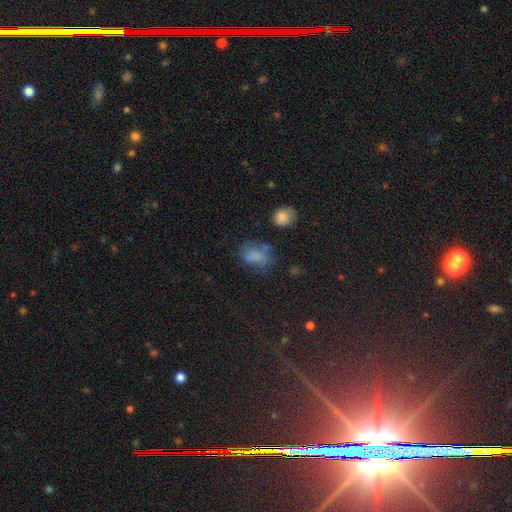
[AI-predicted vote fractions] Smooth or featured? smooth (69%)
How rounded? in between (70%)
Merging? none (50%)